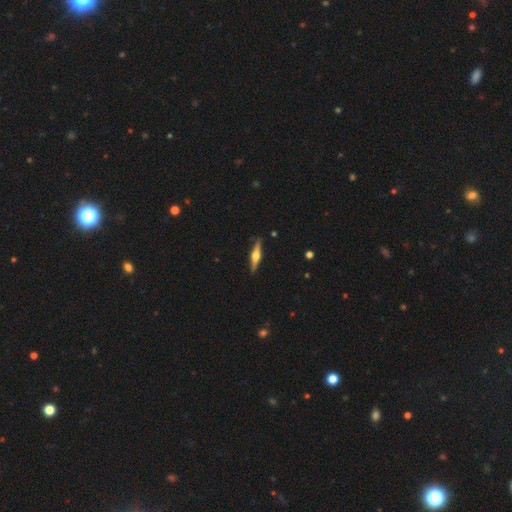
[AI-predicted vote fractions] Smooth or featured: featured or disk — 73% (smooth — 22%)
Edge-on disk: yes — 97% (no — 3%)
Edge-on bulge: rounded — 93% (boxy — 5%)
Merging: none — 89% (minor disturbance — 8%)